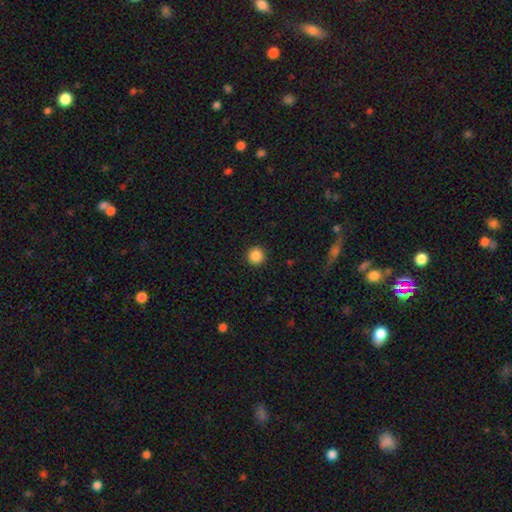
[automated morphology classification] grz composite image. It shows a smooth galaxy with no disk features (86%) that is round (96%). Merging: none (93%).